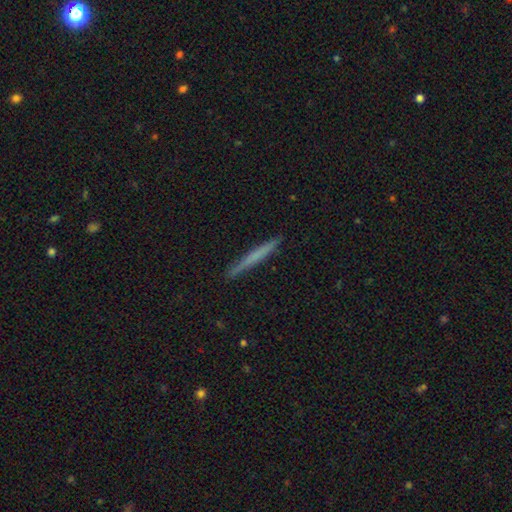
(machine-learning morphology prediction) Smooth or featured? Predicted: smooth (p=0.55). How rounded? Predicted: cigar-shaped (p=0.97). Merging? Predicted: none (p=0.91).